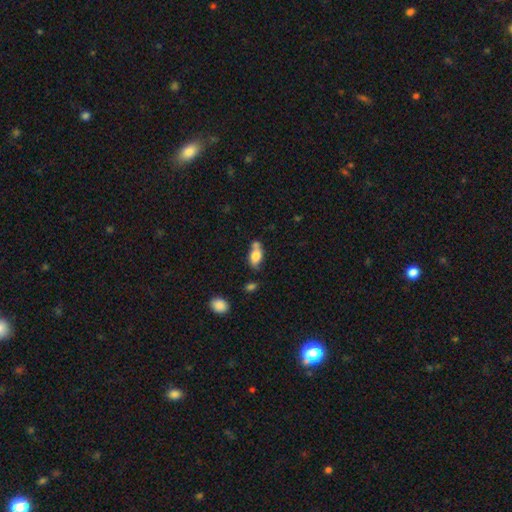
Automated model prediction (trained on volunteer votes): Smooth or featured? Predicted: smooth (p=0.74). How rounded? Predicted: in between (p=0.86). Merging? Predicted: none (p=0.48).